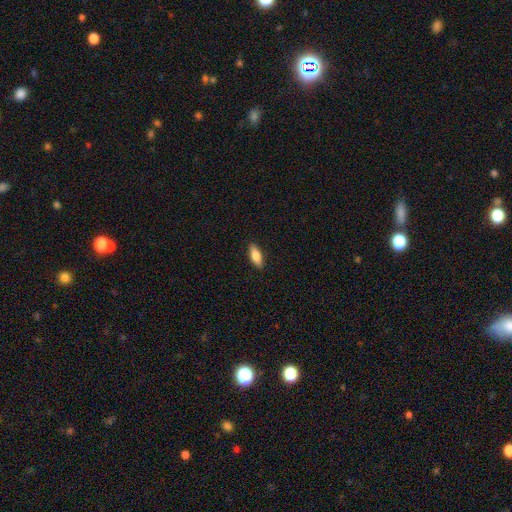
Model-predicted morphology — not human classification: Smooth or featured?
  - smooth: 83% *
  - featured or disk: 11%
  - star or artifact: 6%
How rounded?
  - in between: 70% *
  - cigar-shaped: 27%
  - round: 2%
Merging?
  - none: 89% *
  - minor disturbance: 8%
  - major disturbance: 2%
  - merger: 1%